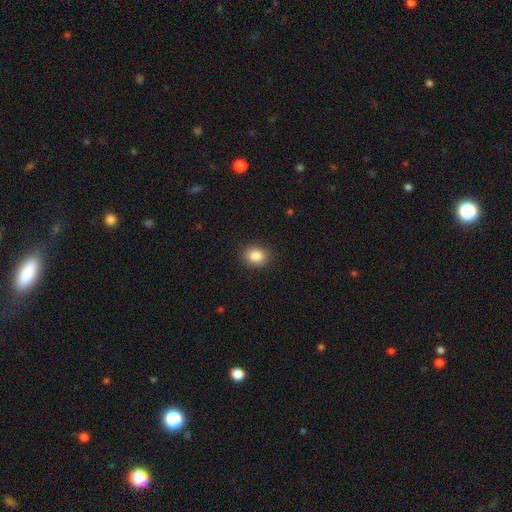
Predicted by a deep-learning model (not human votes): Smooth or featured?
  - smooth: 86% *
  - star or artifact: 9%
  - featured or disk: 4%
How rounded?
  - round: 62% *
  - in between: 37%
  - cigar-shaped: 1%
Merging?
  - none: 89% *
  - minor disturbance: 7%
  - major disturbance: 2%
  - merger: 1%